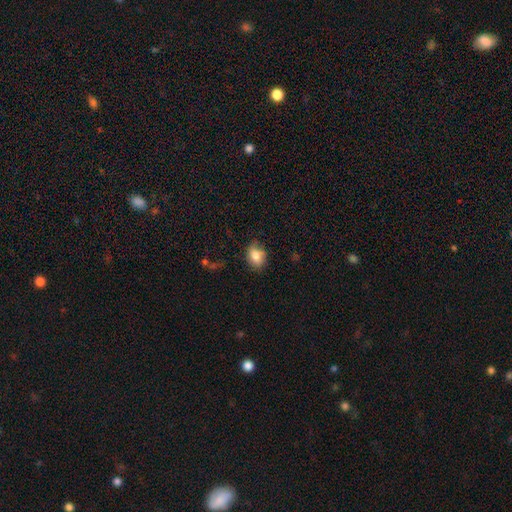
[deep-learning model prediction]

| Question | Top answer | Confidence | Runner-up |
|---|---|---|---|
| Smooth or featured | smooth | 79% | featured or disk (12%) |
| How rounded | in between | 63% | round (36%) |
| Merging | none | 71% | minor disturbance (23%) |